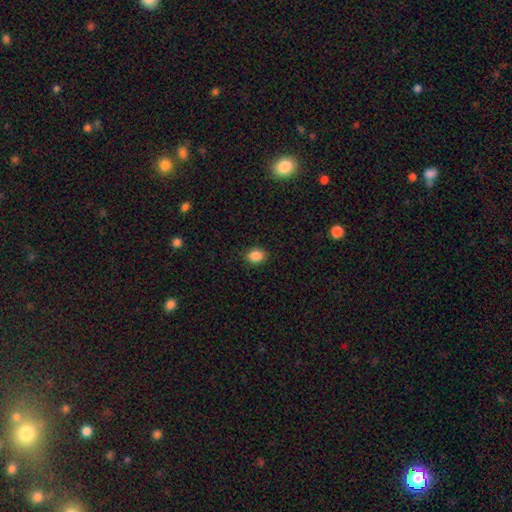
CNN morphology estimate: This appears to be a smooth galaxy with no disk features (87%) that is in between round and cigar-shaped (58%). Merging: none (88%).